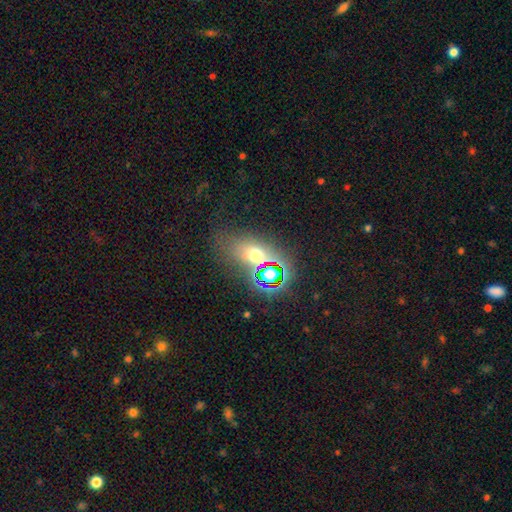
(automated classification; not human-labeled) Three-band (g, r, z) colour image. It shows a smooth galaxy with no disk features (52%) that is in between round and cigar-shaped (69%). Merging: none (65%).